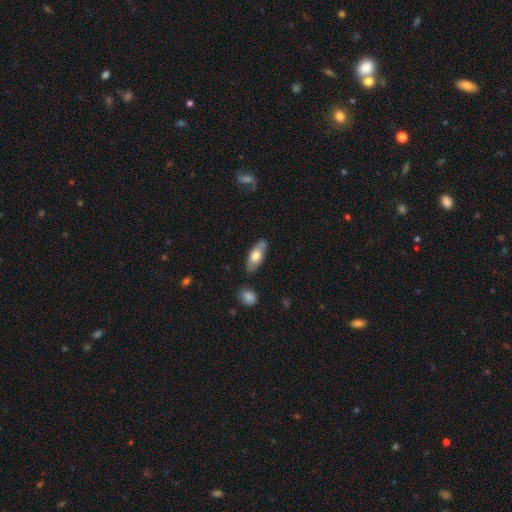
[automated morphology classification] Smooth or featured? Predicted: smooth (p=0.61). How rounded? Predicted: in between (p=0.80). Merging? Predicted: none (p=0.80).